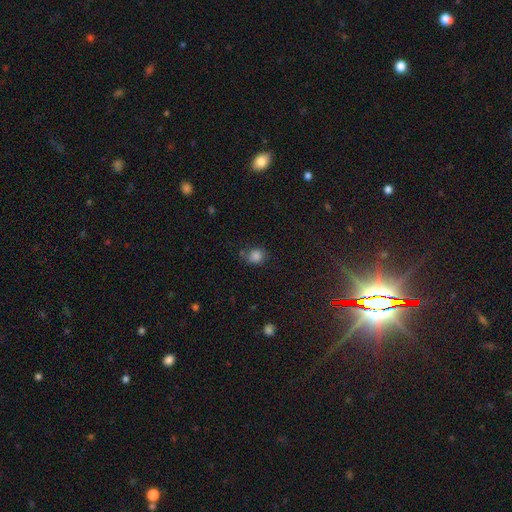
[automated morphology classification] A smooth galaxy with no disk features (82%) that is round (72%). Merging: none (61%).